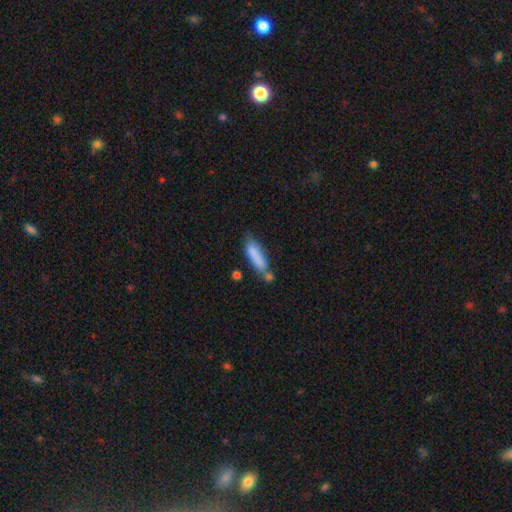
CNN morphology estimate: Overall: smooth (79%). How rounded: cigar-shaped (59%; in between 39%). Merging: none (49%; minor disturbance 22%).